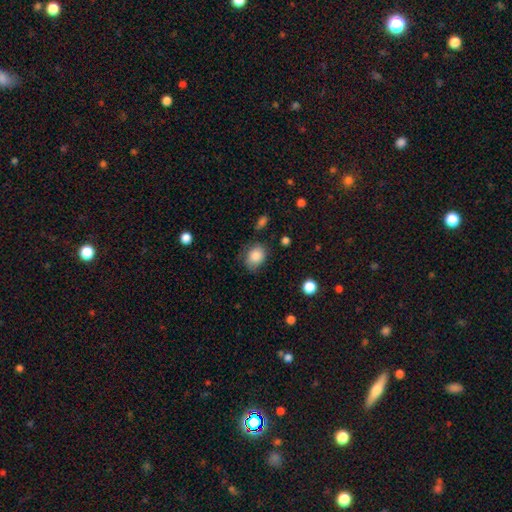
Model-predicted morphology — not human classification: Smooth or featured? Predicted: smooth (p=0.84). How rounded? Predicted: in between (p=0.54). Merging? Predicted: none (p=0.69).